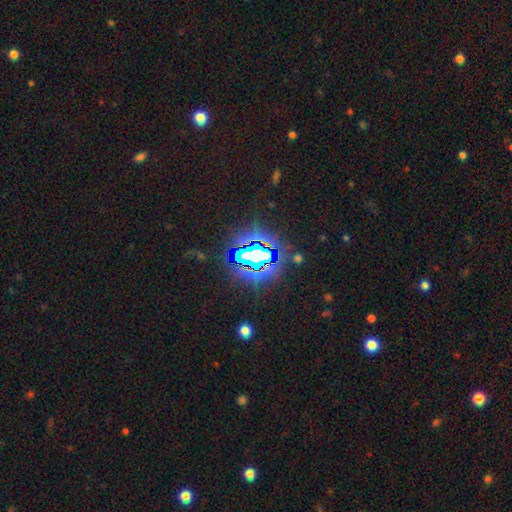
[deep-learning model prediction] Morphology: type=star or artifact (76%).